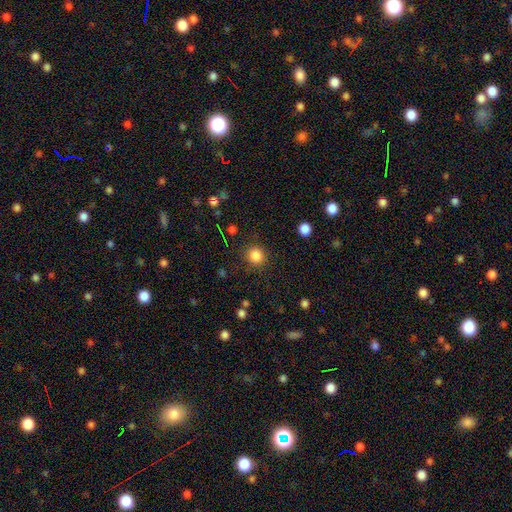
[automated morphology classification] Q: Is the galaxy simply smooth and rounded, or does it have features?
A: smooth — 84%.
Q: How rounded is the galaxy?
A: round — 91%.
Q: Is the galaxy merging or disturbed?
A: none — 89%.